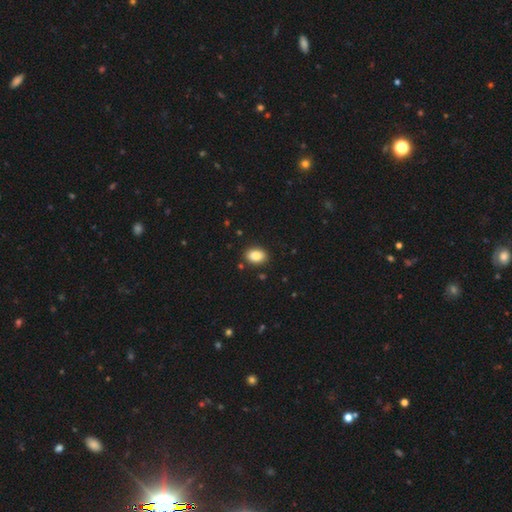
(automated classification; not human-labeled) This is clearly a smooth galaxy (86%). How rounded: likely in between (79%). Merging: clearly none (88%).